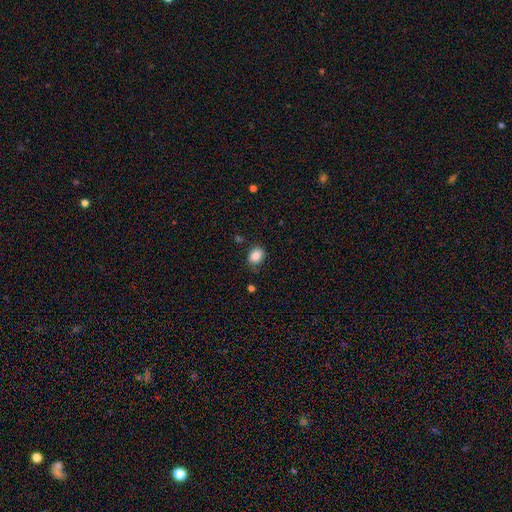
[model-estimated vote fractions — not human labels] Smooth or featured? Predicted: smooth (p=0.87). How rounded? Predicted: in between (p=0.53). Merging? Predicted: none (p=0.75).